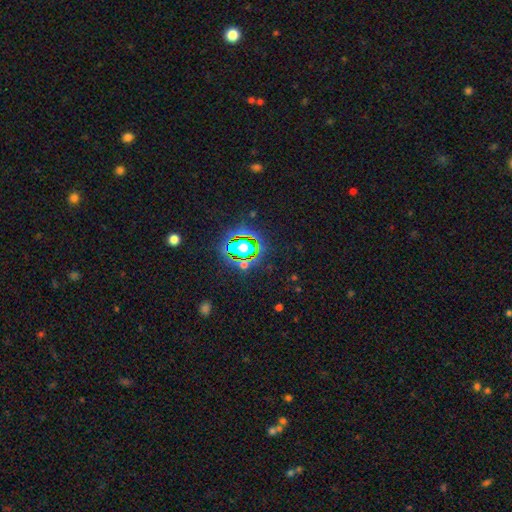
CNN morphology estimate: smooth-or-featured: star or artifact: 82% | smooth: 11% | featured or disk: 7%